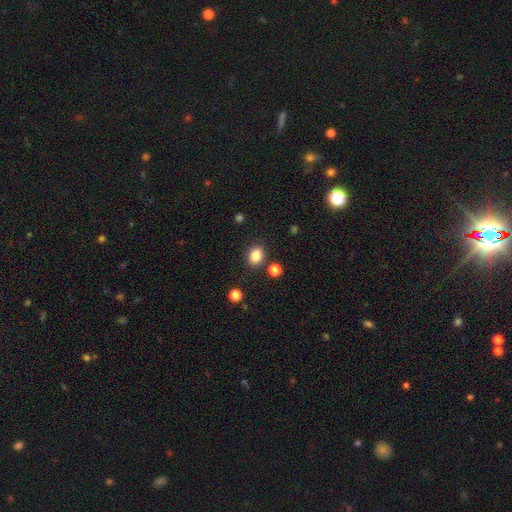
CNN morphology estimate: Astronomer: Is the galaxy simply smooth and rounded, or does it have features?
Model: smooth — 84%.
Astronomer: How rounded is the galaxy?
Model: round — 55% (runner-up: in between, 44%).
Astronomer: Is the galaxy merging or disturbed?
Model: none — 83%.